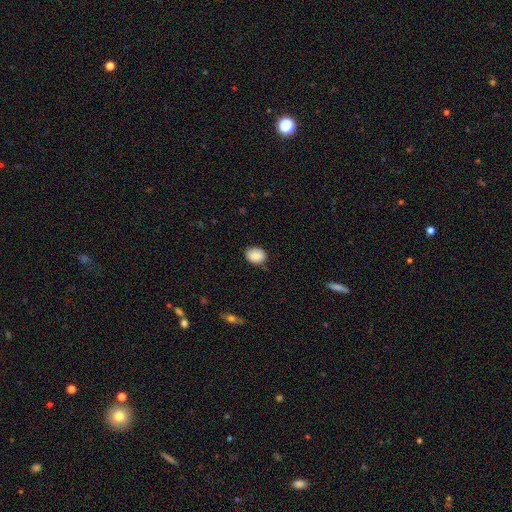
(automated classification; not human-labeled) Q: Smooth or featured?
A: smooth (86%); runner-up: star or artifact (8%)
Q: How rounded?
A: in between (61%); runner-up: round (38%)
Q: Merging?
A: none (81%); runner-up: minor disturbance (15%)